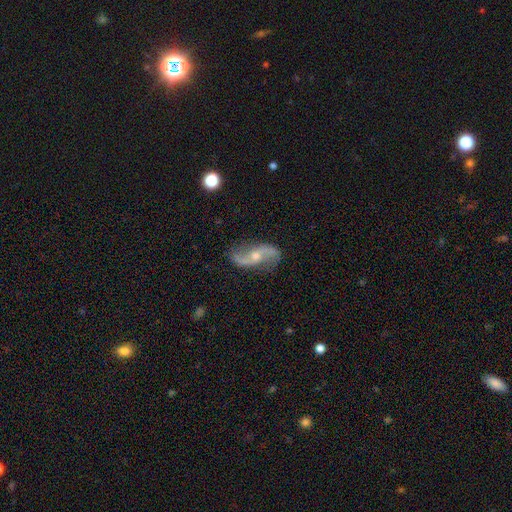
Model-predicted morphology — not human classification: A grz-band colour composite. It shows a featured or disk galaxy (89%) with no bar (54%), 2 (94%) loose (78%) spiral arms (96%) and a moderate central bulge (48%). Merging: none (82%).